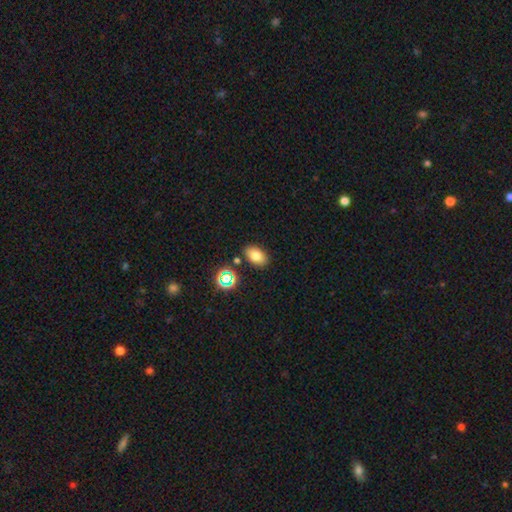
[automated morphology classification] This appears to be a smooth galaxy with no disk features (75%) that is in between round and cigar-shaped (87%). Merging: none (83%).